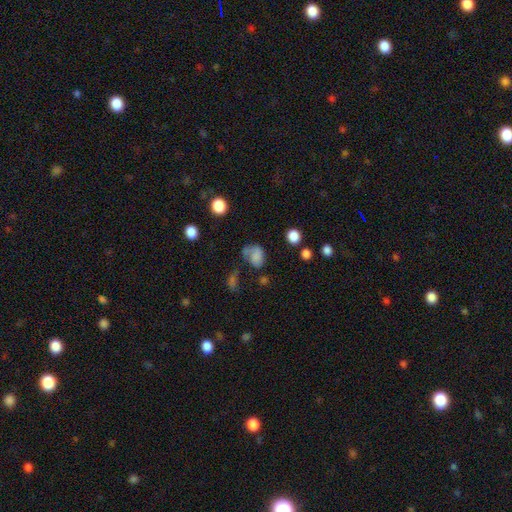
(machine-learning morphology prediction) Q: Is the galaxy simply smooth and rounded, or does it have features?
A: smooth — 68%.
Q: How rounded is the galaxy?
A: in between — 68%.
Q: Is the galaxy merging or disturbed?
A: major disturbance — 33%.